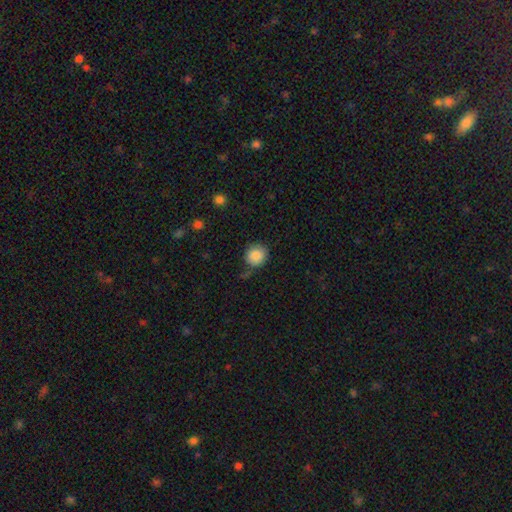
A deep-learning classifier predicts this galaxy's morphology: Smooth or featured? Predicted: smooth (p=0.86). How rounded? Predicted: round (p=0.90). Merging? Predicted: none (p=0.77).